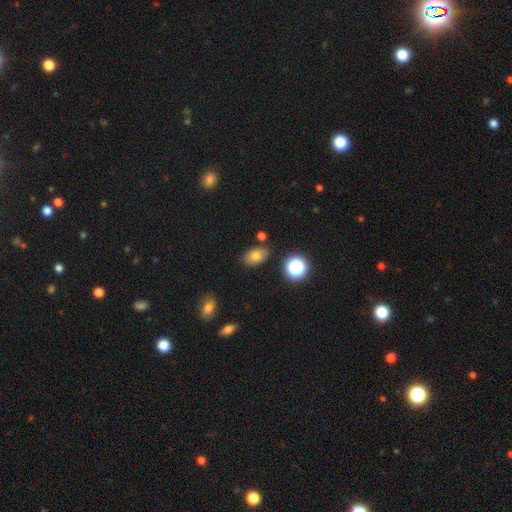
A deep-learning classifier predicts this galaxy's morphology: Smooth or featured?
  - smooth: 73% *
  - star or artifact: 14%
  - featured or disk: 13%
How rounded?
  - in between: 86% *
  - round: 12%
  - cigar-shaped: 2%
Merging?
  - none: 81% *
  - minor disturbance: 12%
  - merger: 5%
  - major disturbance: 3%